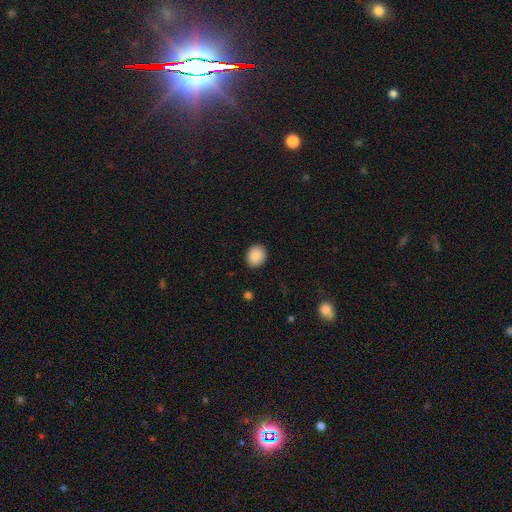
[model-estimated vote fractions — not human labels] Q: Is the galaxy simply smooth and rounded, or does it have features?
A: smooth — 90%.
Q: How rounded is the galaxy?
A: round — 52%.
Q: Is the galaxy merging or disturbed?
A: none — 90%.